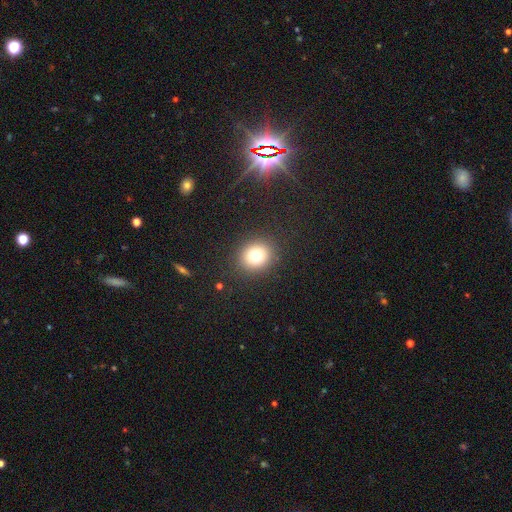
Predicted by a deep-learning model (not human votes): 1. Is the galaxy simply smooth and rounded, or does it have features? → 77% smooth, 13% star or artifact, 9% featured or disk.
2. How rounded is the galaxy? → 78% round, 21% in between, 1% cigar-shaped.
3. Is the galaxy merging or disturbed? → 89% none, 7% minor disturbance, 3% major disturbance, 1% merger.